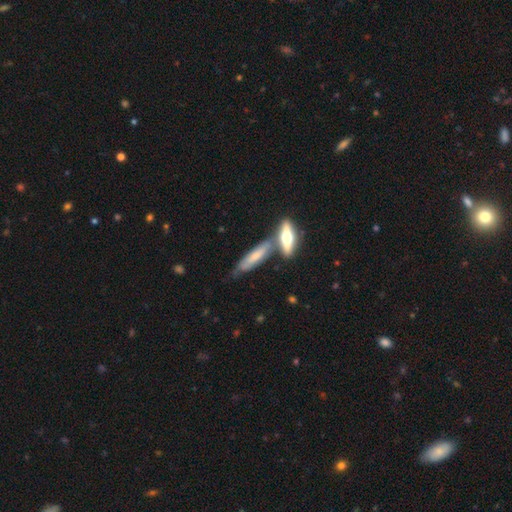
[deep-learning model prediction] Smooth or featured? smooth (53%)
How rounded? cigar-shaped (69%)
Merging? none (51%)